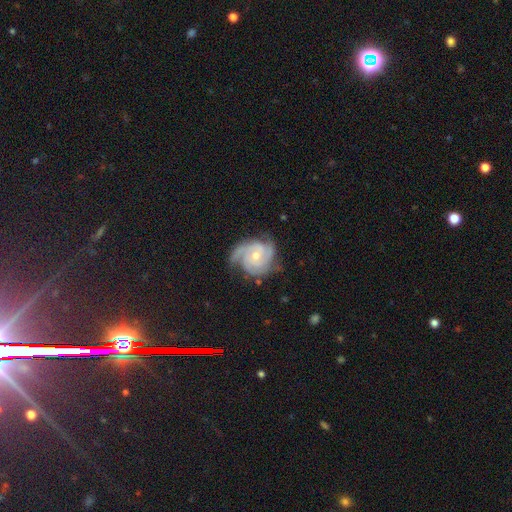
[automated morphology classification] Overall: featured or disk (89%). Edge-on disk: no (98%). Bar: no (72%). Spiral arms: yes (98%). Spiral arm count: 3 (57%). Spiral winding: tight (61%; medium 33%). Bulge size: moderate (49%; small 48%). Merging: none (68%).